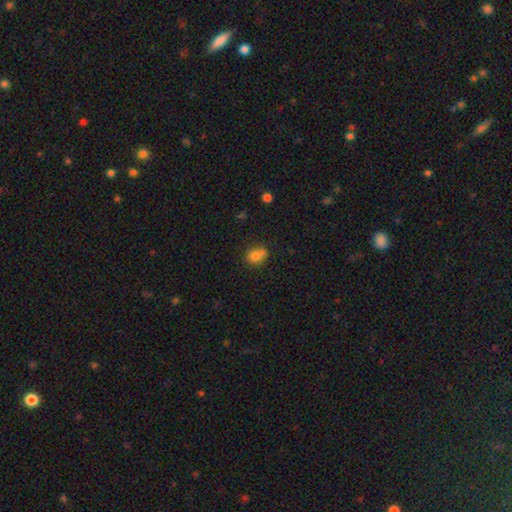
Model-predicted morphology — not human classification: A smooth galaxy with no disk features (77%) that is round (51%).

Vote fractions:
- Smooth or featured? smooth: 77% / featured or disk: 12% / star or artifact: 11%
- How rounded? round: 51% / in between: 47% / cigar-shaped: 2%
- Merging? none: 50% / minor disturbance: 24% / merger: 19% / major disturbance: 7%